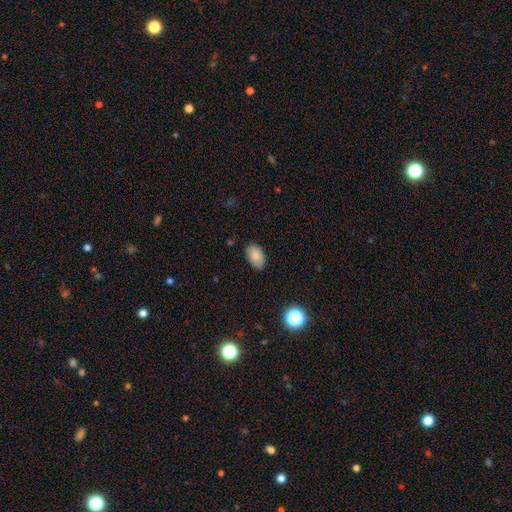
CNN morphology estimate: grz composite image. It shows a smooth galaxy with no disk features (84%) that is in between round and cigar-shaped (91%). Merging: none (84%).